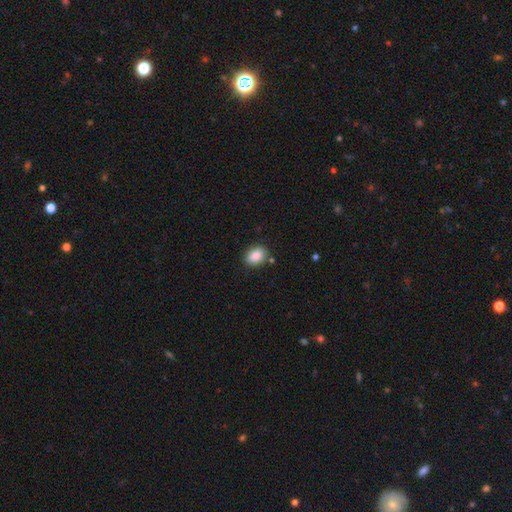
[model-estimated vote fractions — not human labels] Morphology: type=smooth (88%); roundness=in between (68%); merging=none (82%).